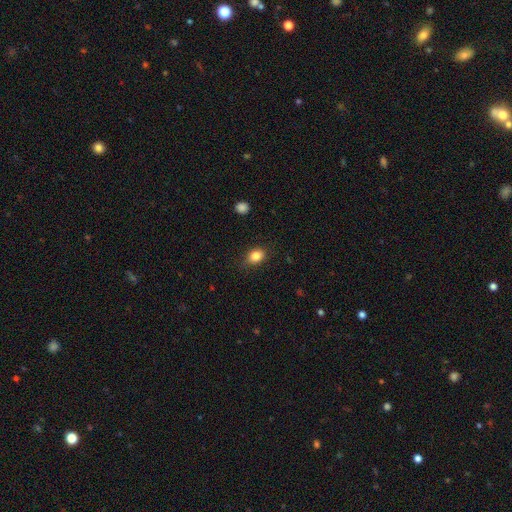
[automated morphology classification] The model was most divided on "how rounded": in between: 66%, round: 33%, cigar-shaped: 1%. More confident: smooth or featured — smooth (84%); merging — none (82%).